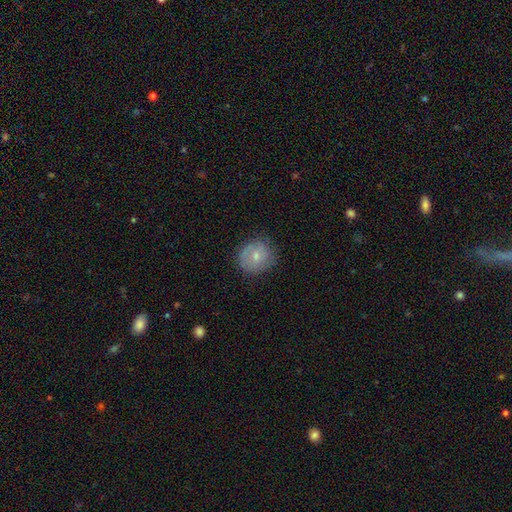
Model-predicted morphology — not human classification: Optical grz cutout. It shows a smooth galaxy with no disk features (65%) that is round (83%). Merging: none (76%).